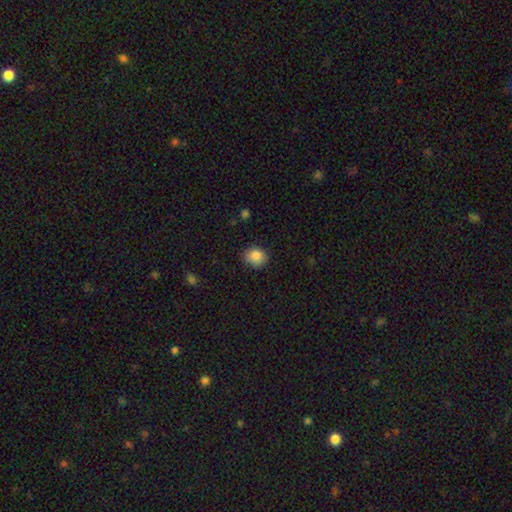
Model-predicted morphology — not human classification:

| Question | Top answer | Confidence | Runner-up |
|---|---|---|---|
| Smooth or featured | smooth | 86% | star or artifact (9%) |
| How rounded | round | 71% | in between (28%) |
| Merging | none | 81% | minor disturbance (15%) |